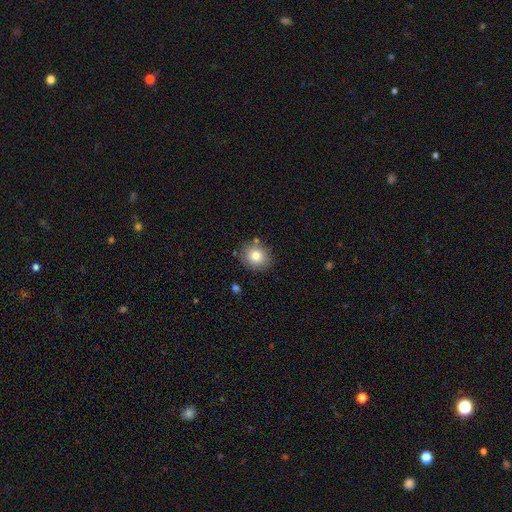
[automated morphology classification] The model was most divided on "how rounded": round: 71%, in between: 28%, cigar-shaped: 1%. More confident: merging — none (83%); smooth or featured — smooth (80%).